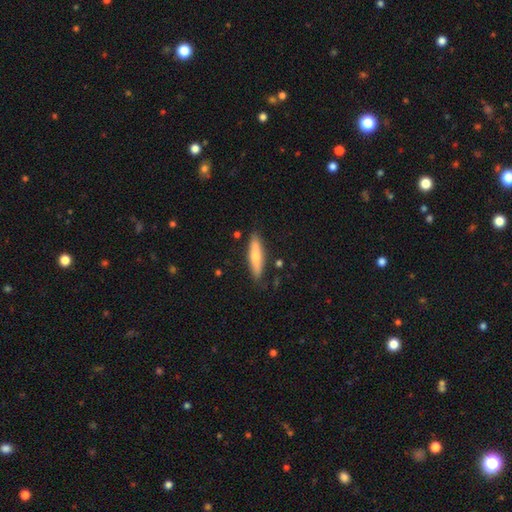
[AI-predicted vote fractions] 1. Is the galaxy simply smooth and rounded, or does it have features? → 60% smooth, 34% featured or disk, 6% star or artifact.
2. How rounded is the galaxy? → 79% cigar-shaped, 19% in between, 2% round.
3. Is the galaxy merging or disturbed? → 86% none, 11% minor disturbance, 2% major disturbance, 2% merger.